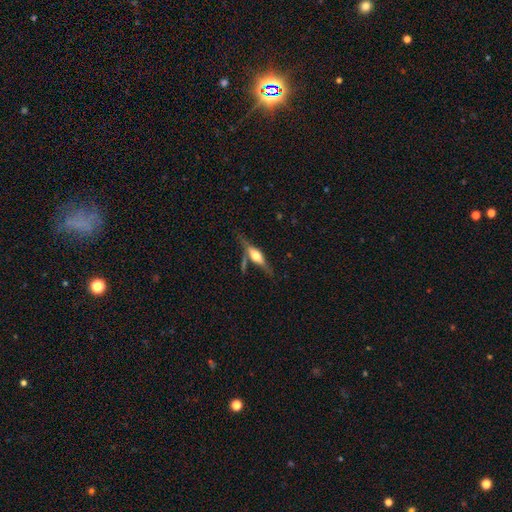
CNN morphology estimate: Smooth or featured?
  - featured or disk: 59% *
  - smooth: 34%
  - star or artifact: 7%
Edge-on disk?
  - yes: 90% *
  - no: 10%
Edge-on bulge?
  - rounded: 85% *
  - boxy: 11%
  - none: 4%
Merging?
  - none: 61% *
  - minor disturbance: 19%
  - merger: 11%
  - major disturbance: 9%